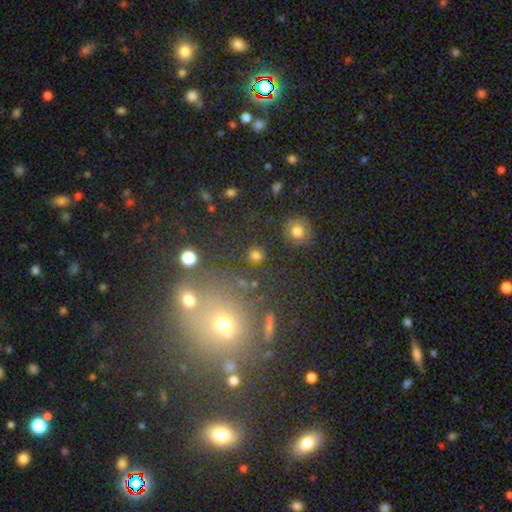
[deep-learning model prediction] smooth_or_featured: smooth (p=0.73) [alt: star or artifact p=0.19]
how_rounded: round (p=0.84) [alt: in between p=0.15]
merging: none (p=0.82) [alt: minor disturbance p=0.09]